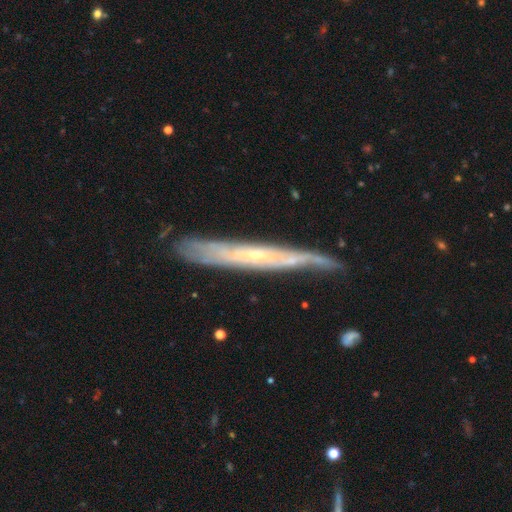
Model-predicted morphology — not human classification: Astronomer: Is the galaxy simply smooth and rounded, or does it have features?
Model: featured or disk — 75%.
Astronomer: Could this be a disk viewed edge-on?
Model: yes — 75%.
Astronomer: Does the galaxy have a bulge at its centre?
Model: none — 59% (runner-up: rounded, 36%).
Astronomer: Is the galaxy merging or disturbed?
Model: none — 70%.